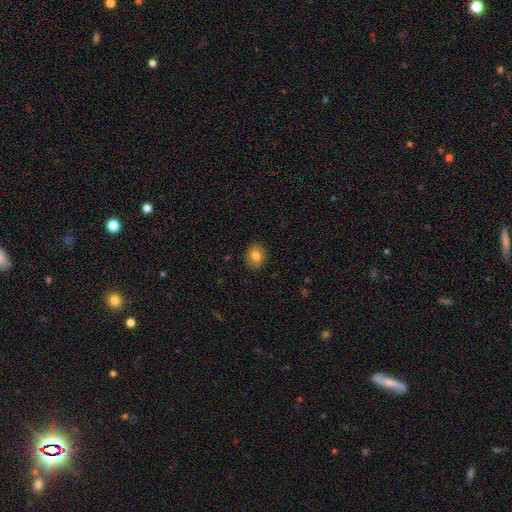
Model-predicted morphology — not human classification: This is likely a smooth galaxy (80%). How rounded: possibly round (57%). Merging: clearly none (87%).